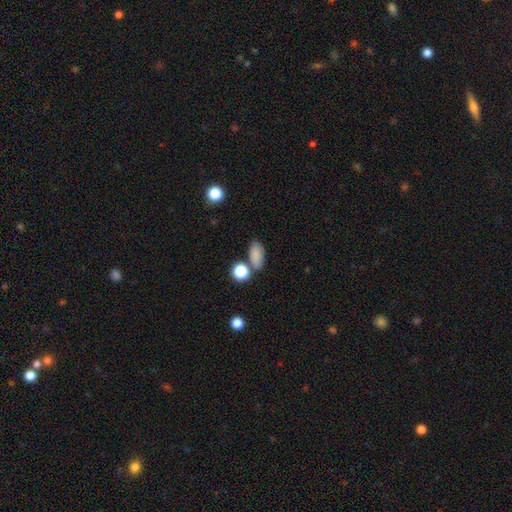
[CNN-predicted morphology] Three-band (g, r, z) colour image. It shows a smooth galaxy with no disk features (84%) that is in between round and cigar-shaped (86%). Merging: none (70%).